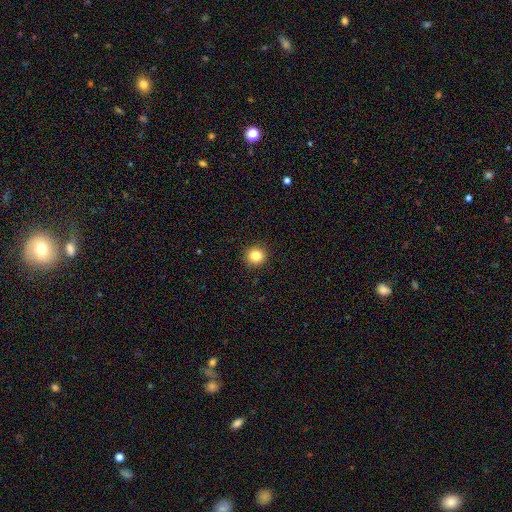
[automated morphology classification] This appears to be a smooth galaxy with no disk features (83%) that is round (93%). Merging: none (92%).